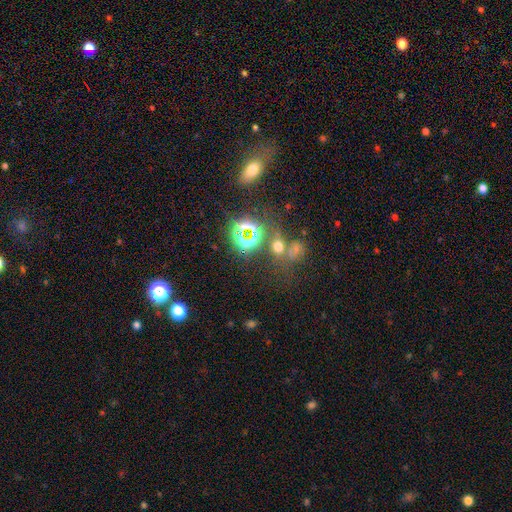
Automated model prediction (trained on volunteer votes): This is likely a star or artifact rather than a galaxy (61%).